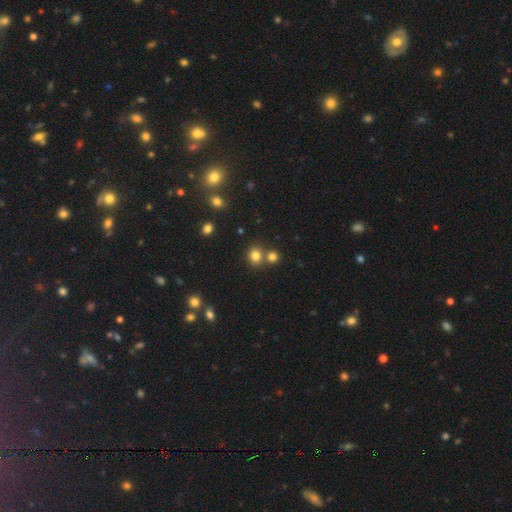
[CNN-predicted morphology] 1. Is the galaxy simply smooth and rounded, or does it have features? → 78% smooth, 15% star or artifact, 6% featured or disk.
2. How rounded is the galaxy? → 82% round, 17% in between, 1% cigar-shaped.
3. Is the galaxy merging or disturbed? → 65% none, 24% merger, 8% minor disturbance, 3% major disturbance.